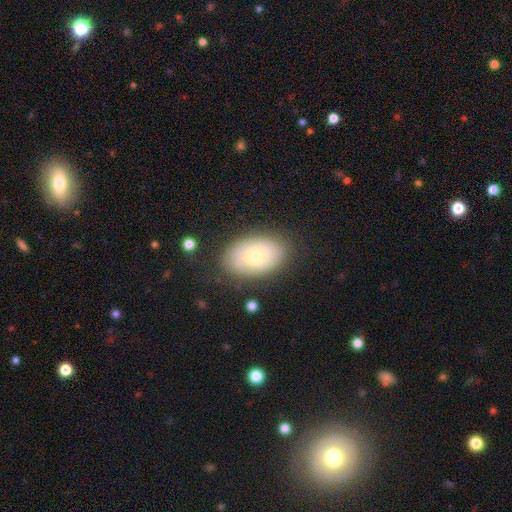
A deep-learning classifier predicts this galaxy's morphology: A smooth galaxy with no disk features (52%) that is in between round and cigar-shaped (88%).

Vote fractions:
- Smooth or featured? smooth: 52% / featured or disk: 40% / star or artifact: 8%
- How rounded? in between: 88% / round: 11% / cigar-shaped: 1%
- Merging? none: 77% / minor disturbance: 16% / major disturbance: 5% / merger: 2%